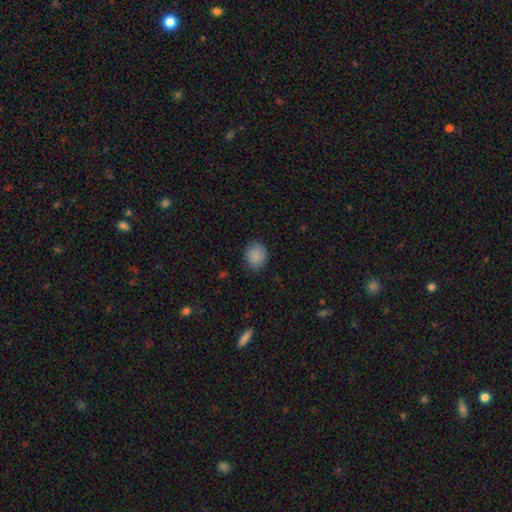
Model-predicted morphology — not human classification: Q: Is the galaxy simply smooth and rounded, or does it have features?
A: smooth — 88%.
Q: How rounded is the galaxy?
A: round — 68%.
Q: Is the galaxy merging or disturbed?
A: none — 84%.